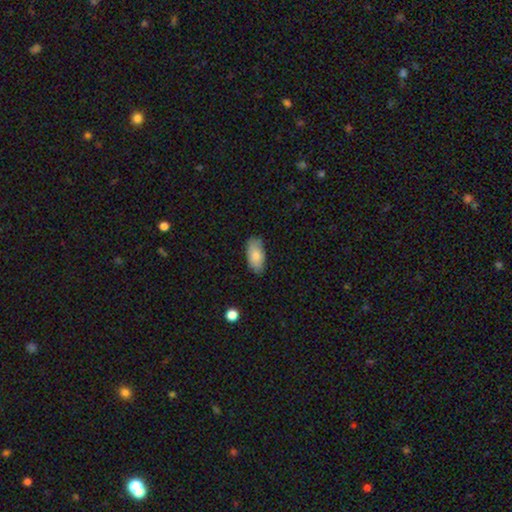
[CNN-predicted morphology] Smooth or featured: smooth — 84% (featured or disk — 10%)
How rounded: in between — 93% (cigar-shaped — 5%)
Merging: none — 80% (minor disturbance — 16%)